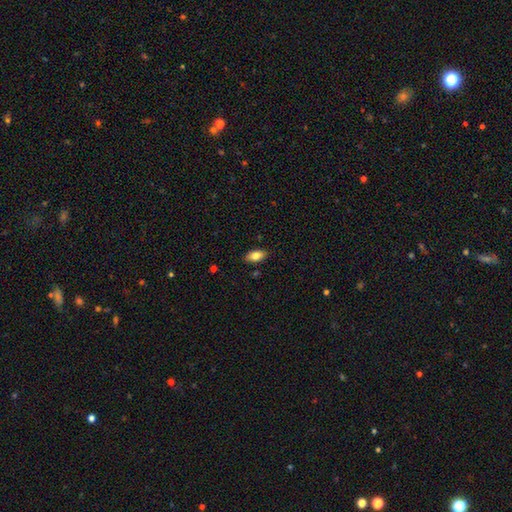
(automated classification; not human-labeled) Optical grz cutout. It shows a smooth galaxy with no disk features (81%) that is in between round and cigar-shaped (91%). Merging: none (87%).